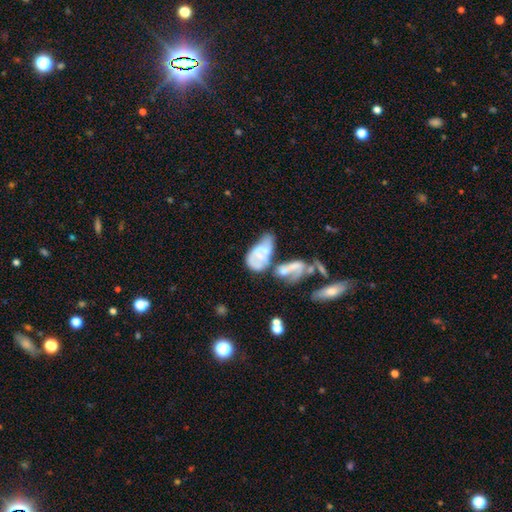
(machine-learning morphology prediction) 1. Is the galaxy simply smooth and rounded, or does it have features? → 55% featured or disk, 36% smooth, 9% star or artifact.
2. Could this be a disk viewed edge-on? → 95% no, 5% yes.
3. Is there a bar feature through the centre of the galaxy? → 69% no, 24% weak, 8% strong.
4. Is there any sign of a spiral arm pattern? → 57% yes, 43% no.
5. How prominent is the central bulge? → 39% none, 32% small, 23% moderate, 4% large, 2% dominant.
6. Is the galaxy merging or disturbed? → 53% merger, 20% major disturbance, 14% none, 13% minor disturbance.